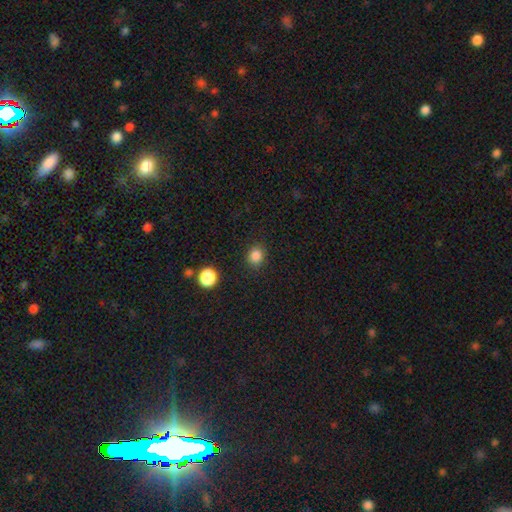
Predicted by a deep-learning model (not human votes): A smooth galaxy with no disk features (85%) that is round (76%). Merging: none (88%).